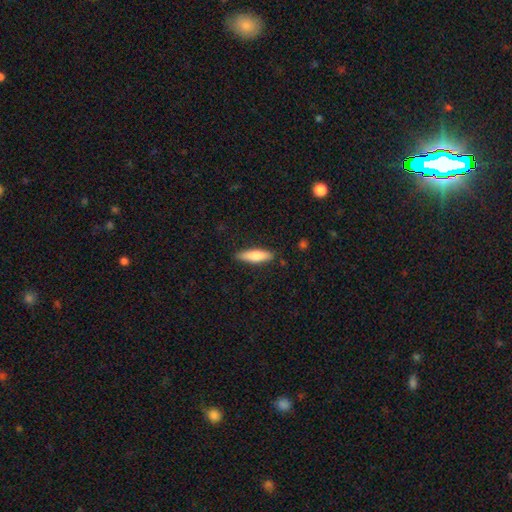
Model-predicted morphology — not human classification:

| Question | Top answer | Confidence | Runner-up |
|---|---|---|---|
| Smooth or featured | smooth | 75% | featured or disk (19%) |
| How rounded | cigar-shaped | 65% | in between (34%) |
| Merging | none | 87% | minor disturbance (10%) |